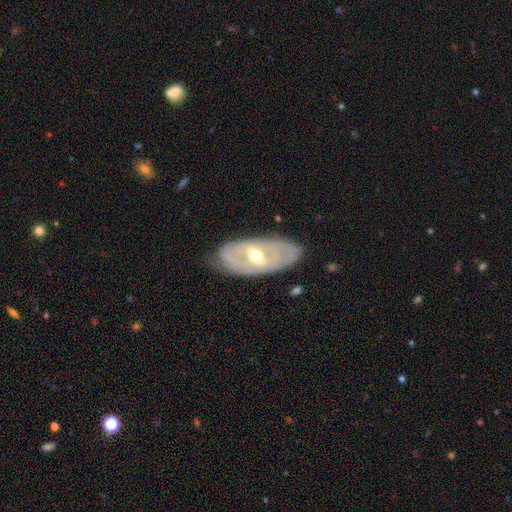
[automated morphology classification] smooth_or_featured: featured or disk (p=0.73) [alt: smooth p=0.21]
disk_edge_on: no (p=0.87) [alt: yes p=0.13]
bar: weak (p=0.43) [alt: strong p=0.34]
has_spiral_arms: yes (p=0.55) [alt: no p=0.45]
bulge_size: moderate (p=0.67) [alt: small p=0.27]
merging: none (p=0.76) [alt: minor disturbance p=0.18]